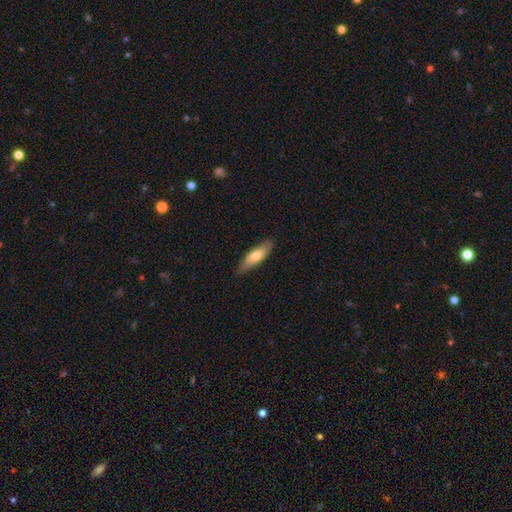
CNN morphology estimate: smooth 67%, featured or disk 28%, star or artifact 5%. Down the decision tree: how rounded — cigar-shaped (57%); merging — none (83%).